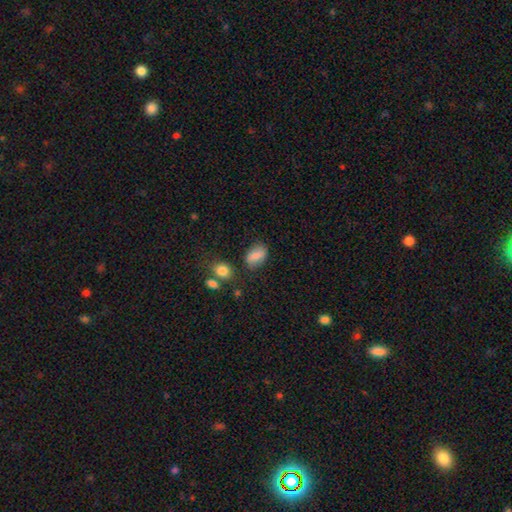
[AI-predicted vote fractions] smooth-or-featured: smooth: 80% | featured or disk: 11% | star or artifact: 9%
  how-rounded: in between: 85% | round: 13% | cigar-shaped: 2%
  merging: none: 73% | minor disturbance: 18% | major disturbance: 5% | merger: 4%